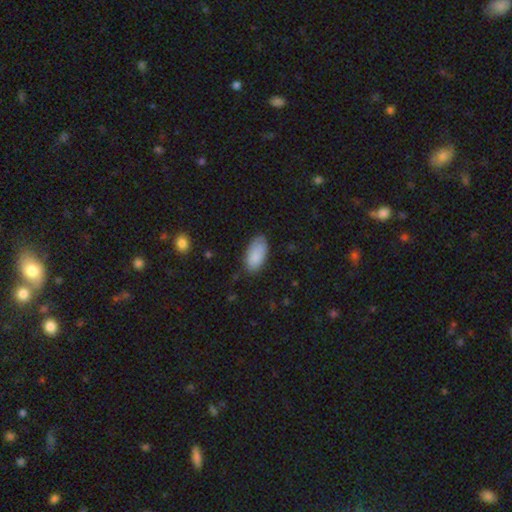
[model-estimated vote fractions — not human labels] smooth-or-featured: smooth: 86% | featured or disk: 8% | star or artifact: 7%
  how-rounded: in between: 94% | cigar-shaped: 4% | round: 2%
  merging: none: 76% | minor disturbance: 19% | major disturbance: 4% | merger: 1%